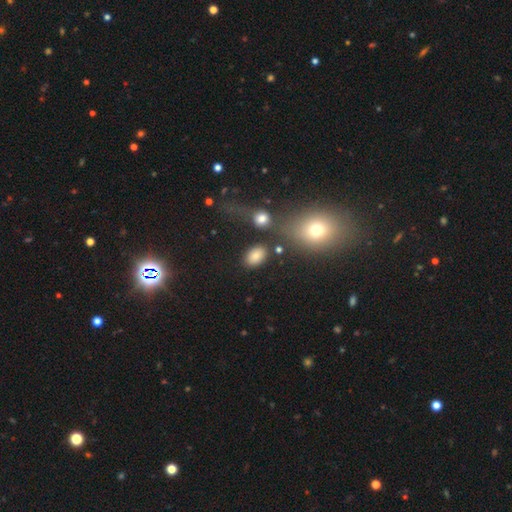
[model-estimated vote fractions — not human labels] Smooth or featured? smooth (82%)
How rounded? in between (85%)
Merging? none (78%)